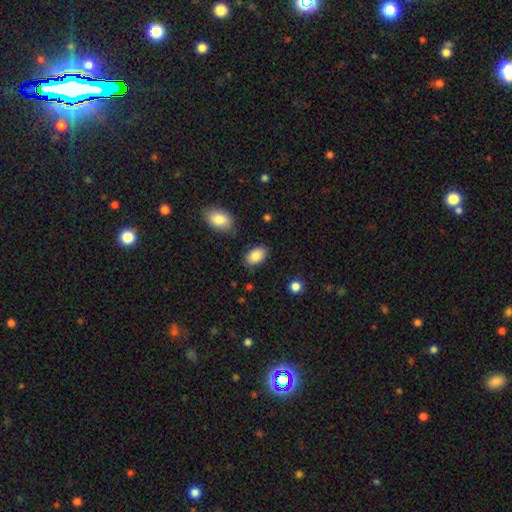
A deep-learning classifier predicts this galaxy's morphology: Smooth or featured? smooth (87%)
How rounded? in between (91%)
Merging? none (84%)